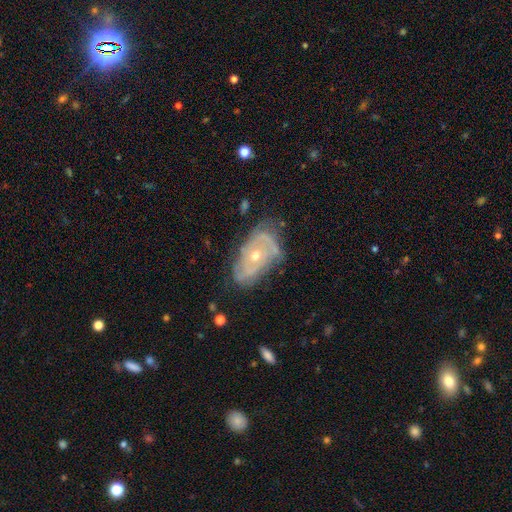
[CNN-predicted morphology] Smooth or featured: featured or disk — 80% (smooth — 13%)
Edge-on disk: no — 94% (yes — 6%)
Bar: no — 80% (weak — 15%)
Spiral arms: yes — 82% (no — 18%)
Spiral winding: tight — 57% (medium — 30%)
Spiral arm count: can't tell — 38% (2 — 37%)
Bulge size: moderate — 49% (small — 48%)
Merging: none — 60% (minor disturbance — 27%)